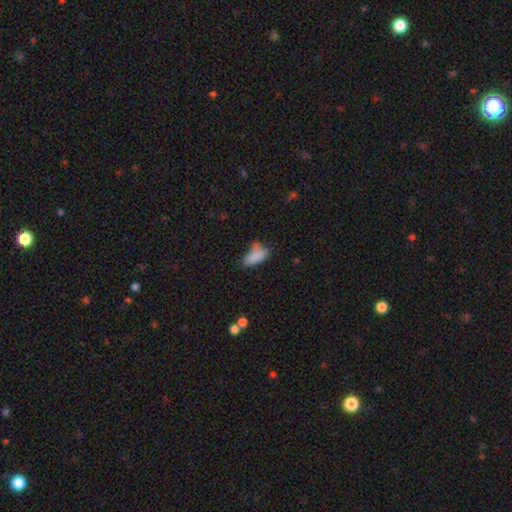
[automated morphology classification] A smooth galaxy with no disk features (81%) that is in between round and cigar-shaped (88%). Merging: none (40%).